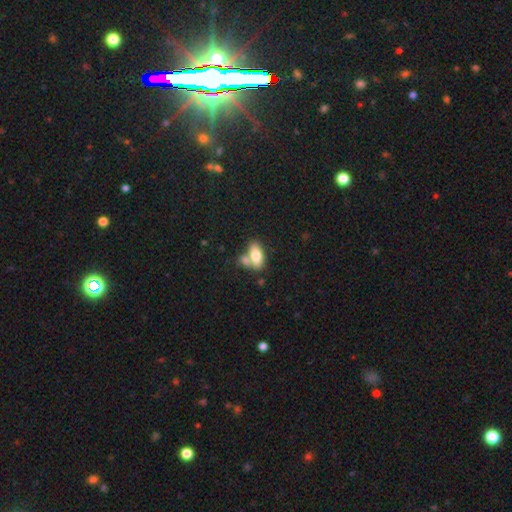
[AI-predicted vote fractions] smooth-or-featured: smooth: 75% | featured or disk: 18% | star or artifact: 7%
  how-rounded: in between: 87% | cigar-shaped: 8% | round: 5%
  merging: none: 44% | merger: 38% | minor disturbance: 13% | major disturbance: 5%